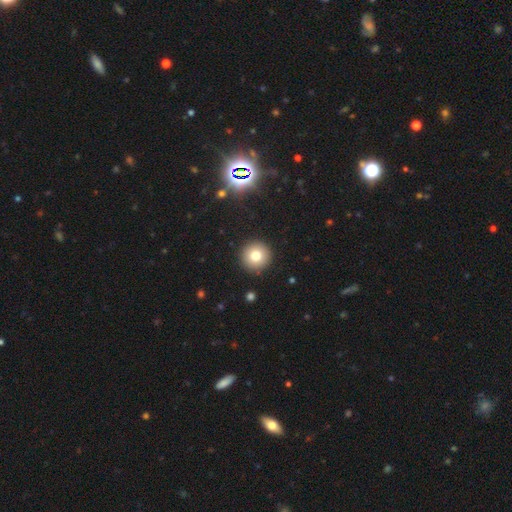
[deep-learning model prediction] Q: Smooth or featured?
A: smooth (77%); runner-up: star or artifact (12%)
Q: How rounded?
A: round (96%); runner-up: in between (3%)
Q: Merging?
A: none (92%); runner-up: minor disturbance (5%)